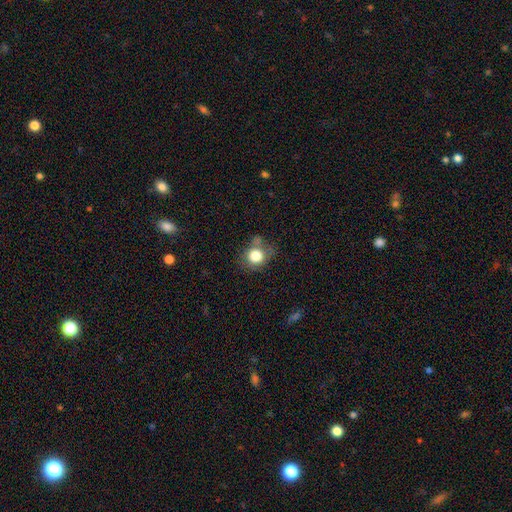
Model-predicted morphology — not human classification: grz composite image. It shows a smooth galaxy with no disk features (80%) that is round (75%). Merging: none (56%).